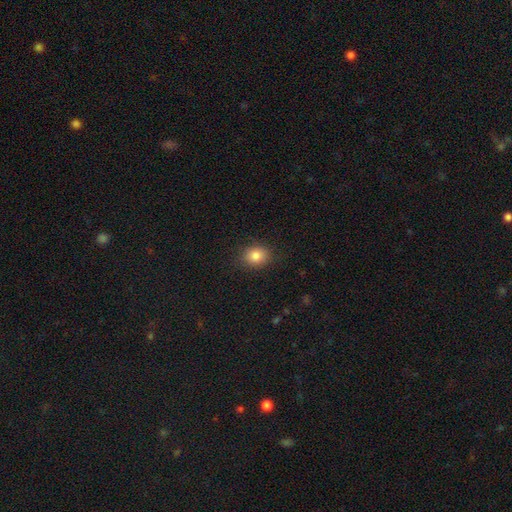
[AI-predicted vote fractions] Morphology: type=smooth (83%); roundness=round (55%); merging=none (86%).